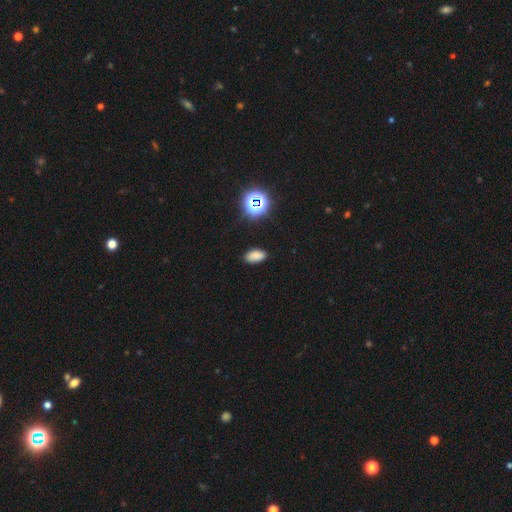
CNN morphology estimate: Smooth or featured? smooth (77%)
How rounded? in between (92%)
Merging? none (85%)